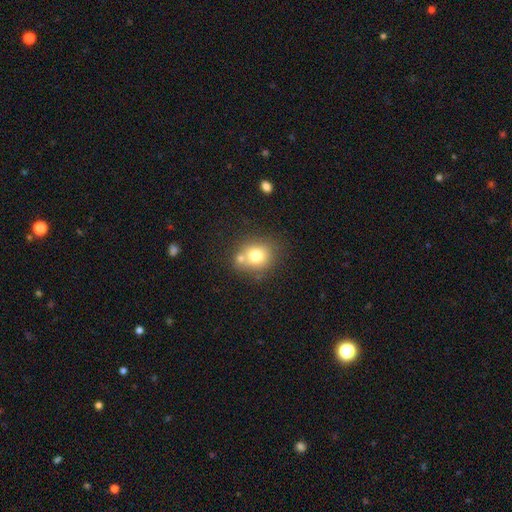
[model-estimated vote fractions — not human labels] Smooth or featured: smooth — 74% (featured or disk — 15%)
How rounded: round — 69% (in between — 30%)
Merging: none — 57% (merger — 27%)